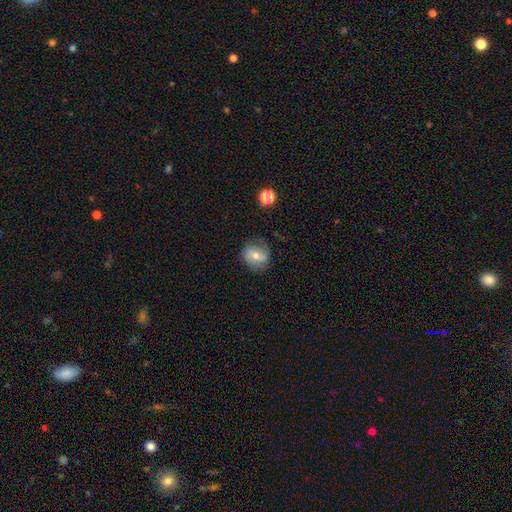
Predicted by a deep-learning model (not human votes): Q: Smooth or featured?
A: featured or disk (49%); runner-up: smooth (42%)
Q: Merging?
A: none (71%); runner-up: minor disturbance (20%)